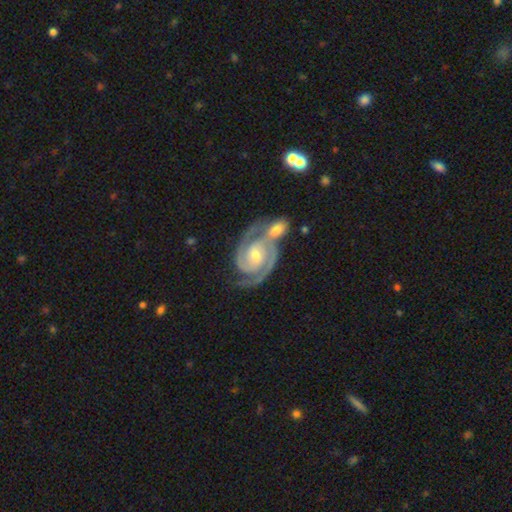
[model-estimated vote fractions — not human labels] Overall: featured or disk (93%). Edge-on disk: no (98%). Bar: weak (42%; no 41%). Spiral arms: yes (99%). Spiral arm count: 2 (87%). Spiral winding: tight (57%; medium 38%). Bulge size: moderate (56%; small 38%). Merging: none (44%; merger 38%).